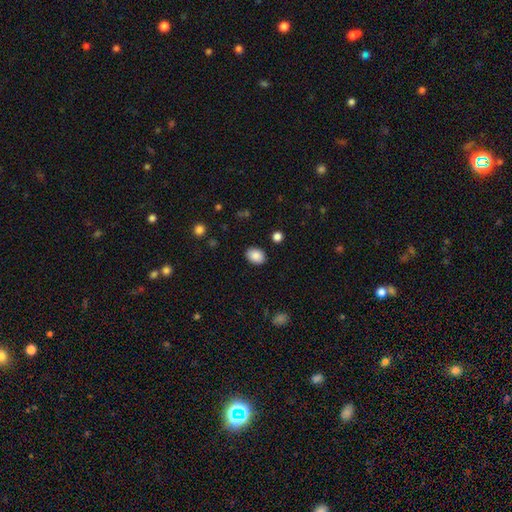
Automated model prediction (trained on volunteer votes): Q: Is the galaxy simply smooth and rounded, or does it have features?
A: smooth — 88%.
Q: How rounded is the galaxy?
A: in between — 71%.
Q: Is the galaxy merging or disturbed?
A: none — 88%.